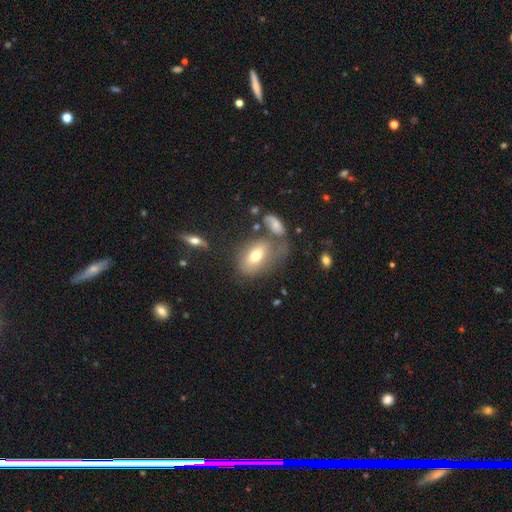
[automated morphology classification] Smooth or featured? Predicted: smooth (p=0.65). How rounded? Predicted: in between (p=0.85). Merging? Predicted: none (p=0.44).